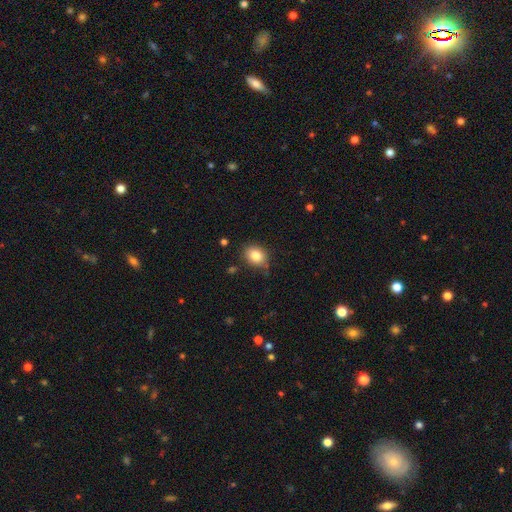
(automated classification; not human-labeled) Smooth or featured?
  - smooth: 82% *
  - star or artifact: 10%
  - featured or disk: 8%
How rounded?
  - round: 50% *
  - in between: 49%
  - cigar-shaped: 1%
Merging?
  - none: 77% *
  - minor disturbance: 17%
  - major disturbance: 4%
  - merger: 3%